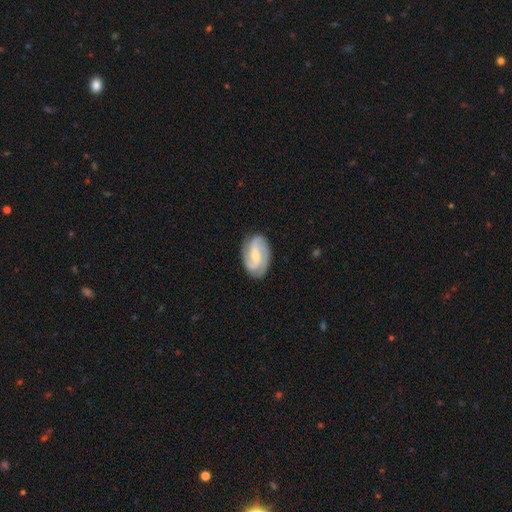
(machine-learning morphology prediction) Q: Smooth or featured?
A: featured or disk (82%); runner-up: smooth (14%)
Q: Edge-on disk?
A: no (97%); runner-up: yes (3%)
Q: Bar?
A: weak (48%); runner-up: strong (27%)
Q: Spiral arms?
A: yes (96%); runner-up: no (4%)
Q: Spiral winding?
A: medium (47%); runner-up: tight (32%)
Q: Spiral arm count?
A: 2 (57%); runner-up: 3 (23%)
Q: Bulge size?
A: small (58%); runner-up: moderate (36%)
Q: Merging?
A: none (81%); runner-up: minor disturbance (14%)